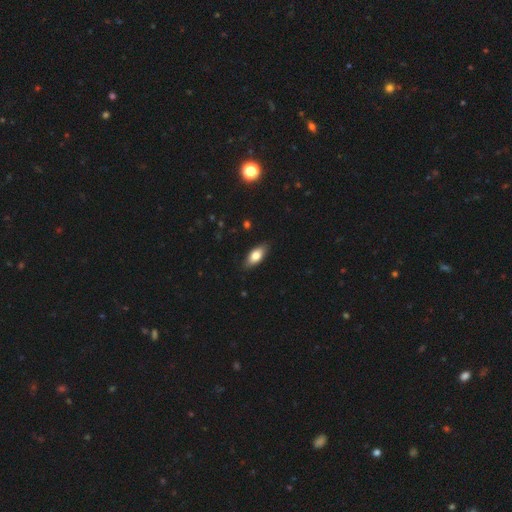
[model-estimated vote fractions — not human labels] This is likely a smooth galaxy (78%). How rounded: clearly in between (86%). Merging: clearly none (86%).